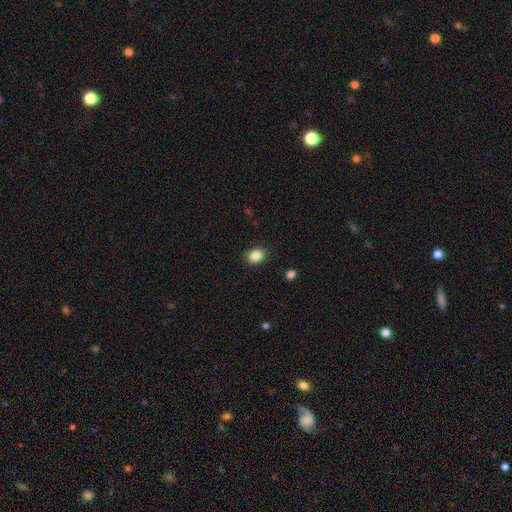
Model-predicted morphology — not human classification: smooth 86%, star or artifact 10%, featured or disk 5%. Down the decision tree: how rounded — in between (52%); merging — none (89%).